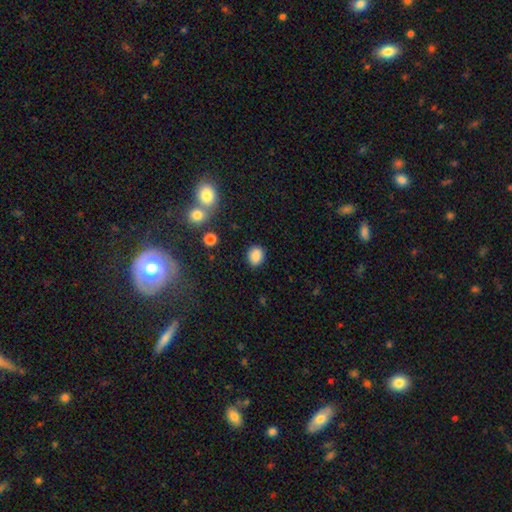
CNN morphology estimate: type=smooth (86%); roundness=round (52%); merging=none (83%).